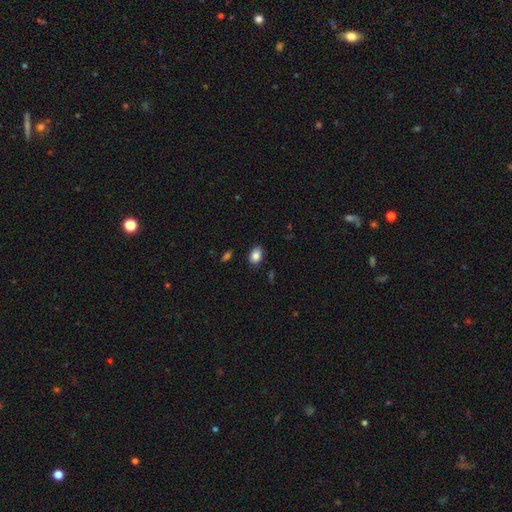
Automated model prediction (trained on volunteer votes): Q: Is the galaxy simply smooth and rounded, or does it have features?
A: smooth — 86%.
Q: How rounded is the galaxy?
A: in between — 82%.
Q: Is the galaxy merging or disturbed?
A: none — 86%.